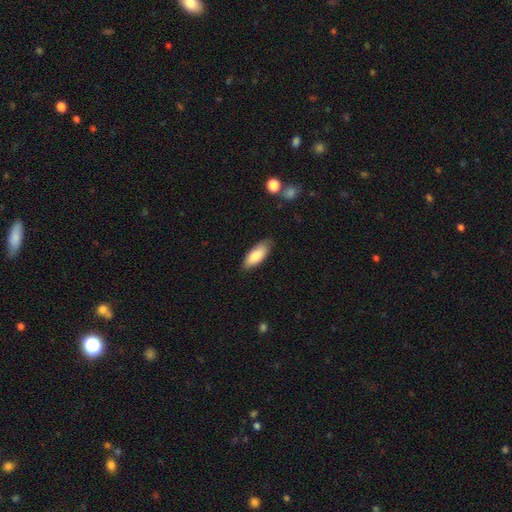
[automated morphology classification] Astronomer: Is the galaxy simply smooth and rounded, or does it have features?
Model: smooth — 82%.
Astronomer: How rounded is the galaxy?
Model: in between — 80%.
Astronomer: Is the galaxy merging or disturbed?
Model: none — 82%.